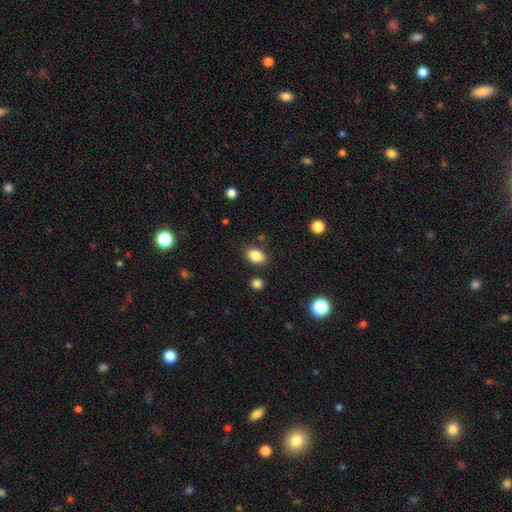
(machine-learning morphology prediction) Q: Smooth or featured?
A: smooth (86%); runner-up: star or artifact (9%)
Q: How rounded?
A: in between (86%); runner-up: round (12%)
Q: Merging?
A: none (82%); runner-up: minor disturbance (11%)